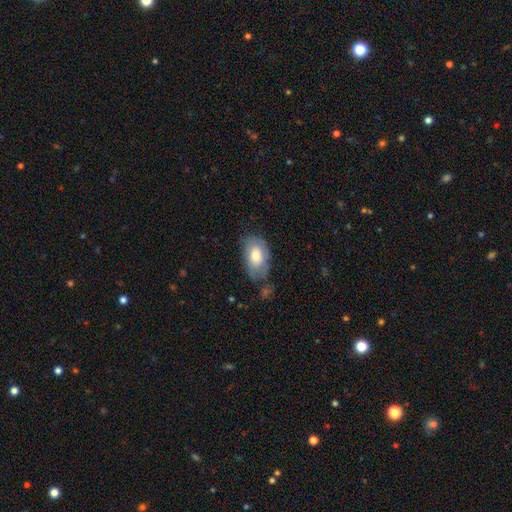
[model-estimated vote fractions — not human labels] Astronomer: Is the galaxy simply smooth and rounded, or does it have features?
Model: smooth — 72%.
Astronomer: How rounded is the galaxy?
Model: in between — 91%.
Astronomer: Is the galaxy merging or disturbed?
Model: none — 55%.